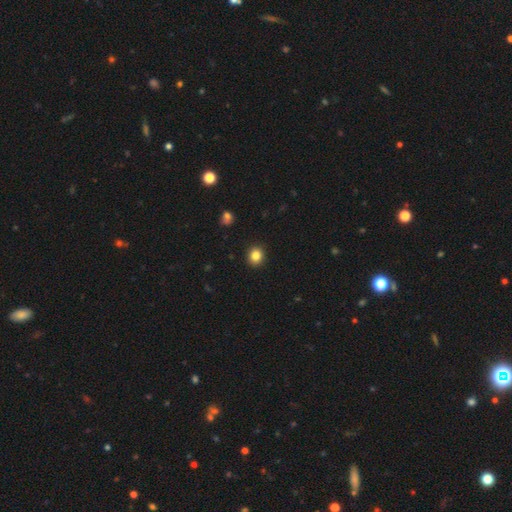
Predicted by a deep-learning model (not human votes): A smooth galaxy with no disk features (84%) that is round (81%).

Vote fractions:
- Smooth or featured? smooth: 84% / star or artifact: 11% / featured or disk: 5%
- How rounded? round: 81% / in between: 18% / cigar-shaped: 1%
- Merging? none: 92% / minor disturbance: 6% / major disturbance: 2% / merger: 1%